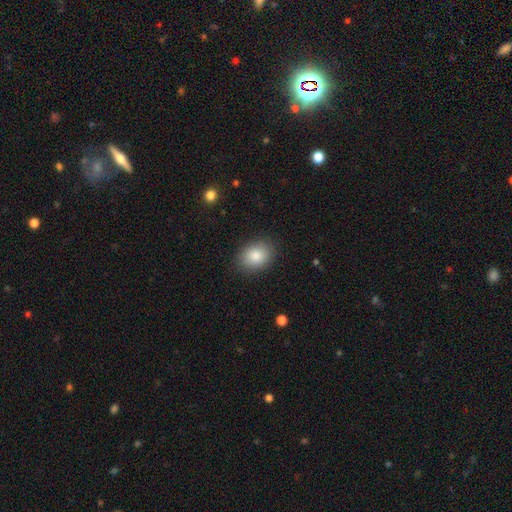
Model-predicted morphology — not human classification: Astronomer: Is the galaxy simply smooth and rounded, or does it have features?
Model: smooth — 86%.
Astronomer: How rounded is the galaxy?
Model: in between — 65%.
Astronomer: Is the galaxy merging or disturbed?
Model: none — 87%.